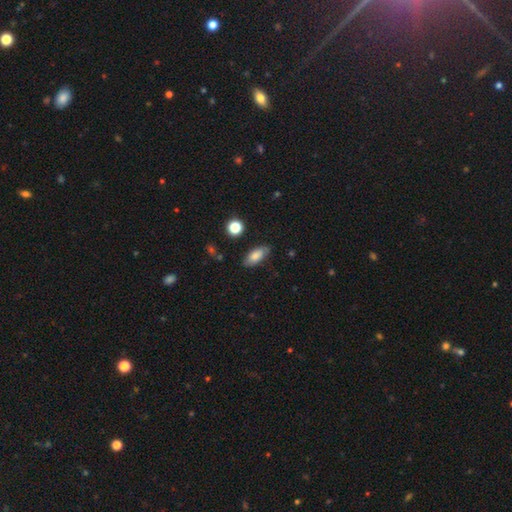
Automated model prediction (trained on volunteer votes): This appears to be a smooth galaxy with no disk features (76%) that is in between round and cigar-shaped (87%). Merging: none (78%).